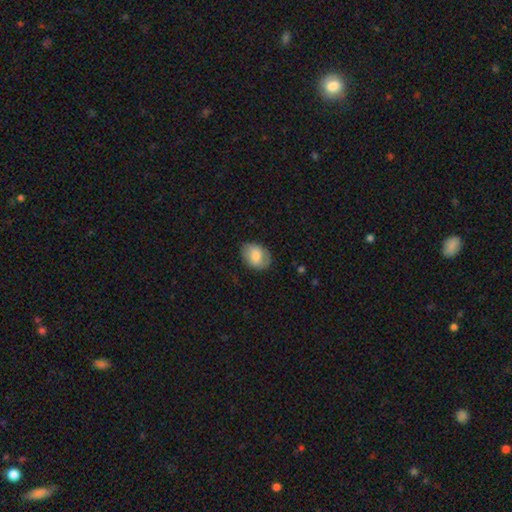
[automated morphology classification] type=smooth (74%); roundness=in between (71%); merging=none (76%).